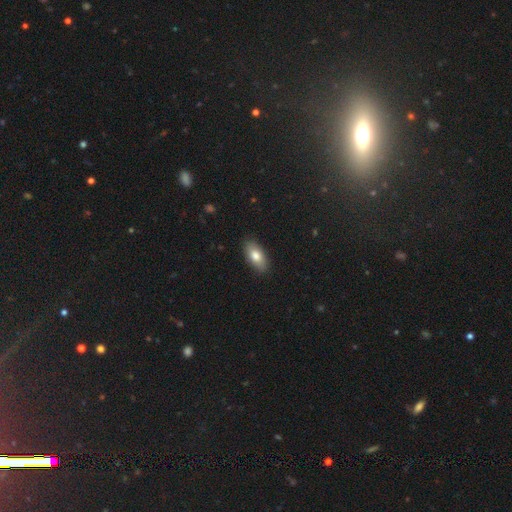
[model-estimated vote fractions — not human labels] Smooth or featured: smooth — 80% (featured or disk — 14%)
How rounded: in between — 90% (cigar-shaped — 6%)
Merging: none — 88% (minor disturbance — 9%)